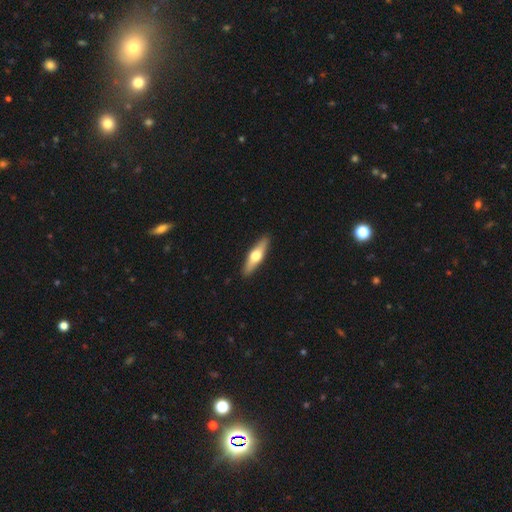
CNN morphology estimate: Smooth or featured? Predicted: featured or disk (p=0.54). Edge-on disk? Predicted: yes (p=0.92). Merging? Predicted: none (p=0.91).